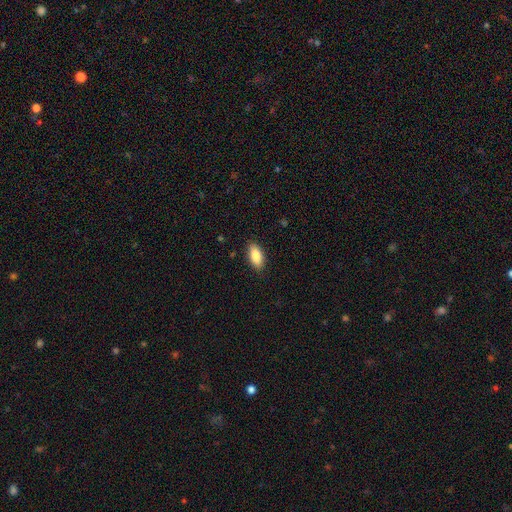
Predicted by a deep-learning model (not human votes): Smooth or featured? smooth (86%)
How rounded? in between (88%)
Merging? none (88%)